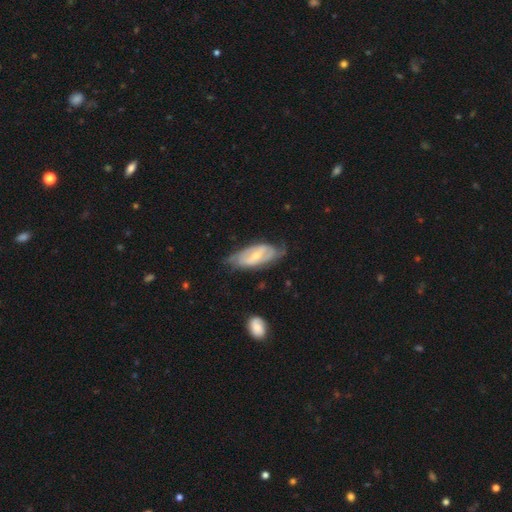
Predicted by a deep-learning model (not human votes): This is likely a featured or disk galaxy (73%). It is clearly not viewed edge-on (90%). Bar: marginally weak (42%). Spiral arm pattern: likely yes (80%). Spiral arm count: likely 2 (66%). Spiral winding: marginally tight (44%). Central bulge: possibly small (54%). Merging: likely none (65%).